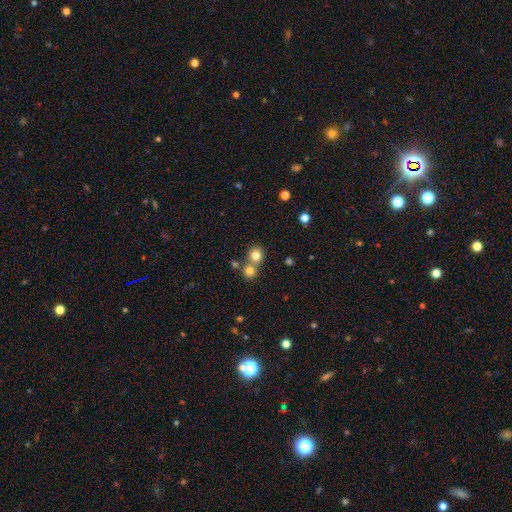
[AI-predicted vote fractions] Morphology: type=smooth (79%); roundness=round (87%); merging=none (51%).